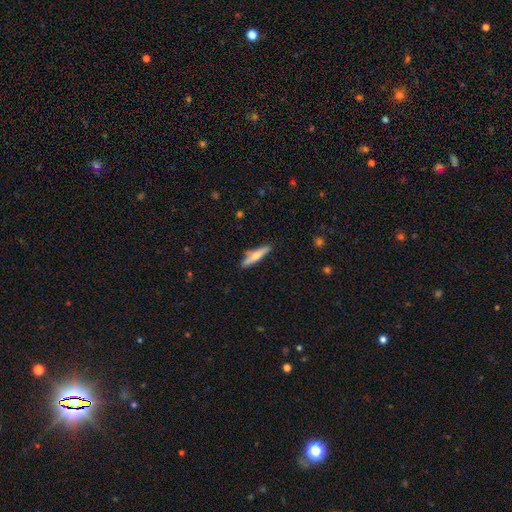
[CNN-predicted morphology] This is possibly a smooth galaxy (60%). How rounded: clearly cigar-shaped (81%). Merging: clearly none (82%).